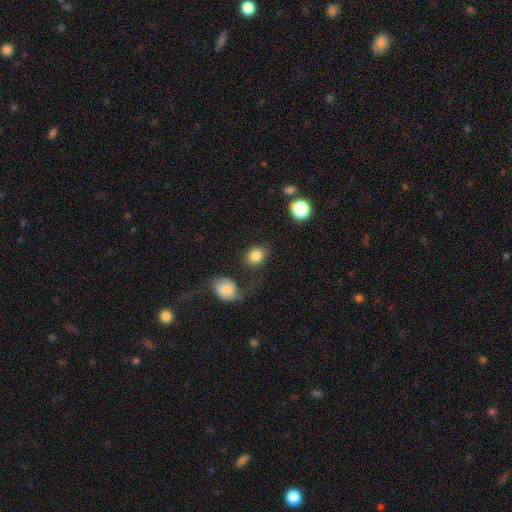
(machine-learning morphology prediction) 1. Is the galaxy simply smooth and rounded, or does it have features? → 85% smooth, 8% star or artifact, 7% featured or disk.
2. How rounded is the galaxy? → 58% round, 41% in between, 1% cigar-shaped.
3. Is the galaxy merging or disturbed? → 69% none, 13% minor disturbance, 10% merger, 8% major disturbance.